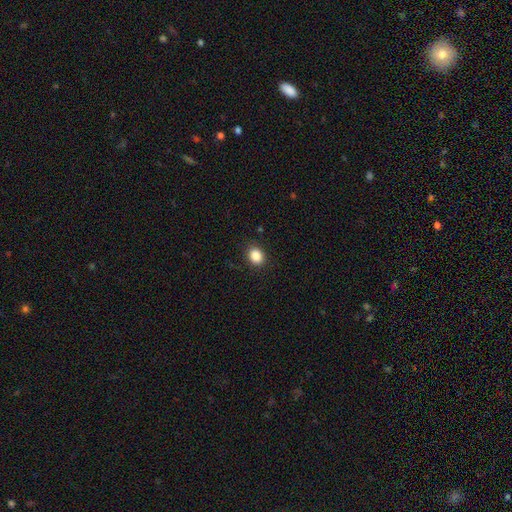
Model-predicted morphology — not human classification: A smooth galaxy with no disk features (87%) that is round (52%).

Vote fractions:
- Smooth or featured? smooth: 87% / star or artifact: 9% / featured or disk: 3%
- How rounded? round: 52% / in between: 47% / cigar-shaped: 1%
- Merging? none: 88% / minor disturbance: 9% / major disturbance: 2% / merger: 1%